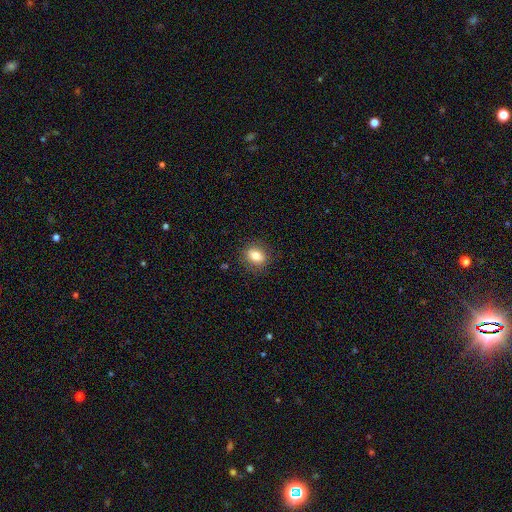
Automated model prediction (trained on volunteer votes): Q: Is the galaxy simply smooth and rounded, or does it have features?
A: smooth — 81%.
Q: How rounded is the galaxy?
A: in between — 54%.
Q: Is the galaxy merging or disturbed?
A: none — 86%.